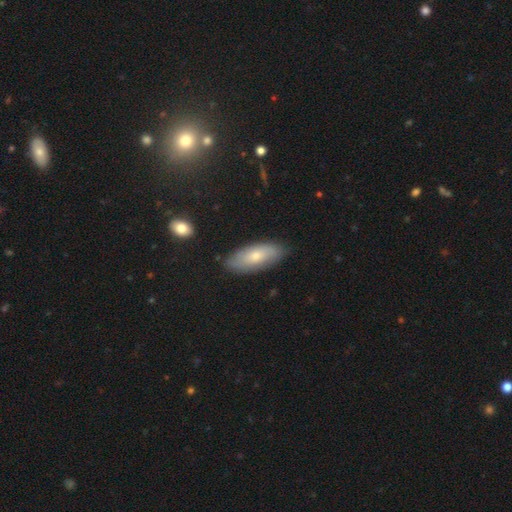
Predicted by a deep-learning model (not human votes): smooth-or-featured: smooth: 64% | featured or disk: 29% | star or artifact: 6%
  how-rounded: in between: 79% | cigar-shaped: 19% | round: 2%
  merging: none: 81% | minor disturbance: 15% | major disturbance: 3% | merger: 2%